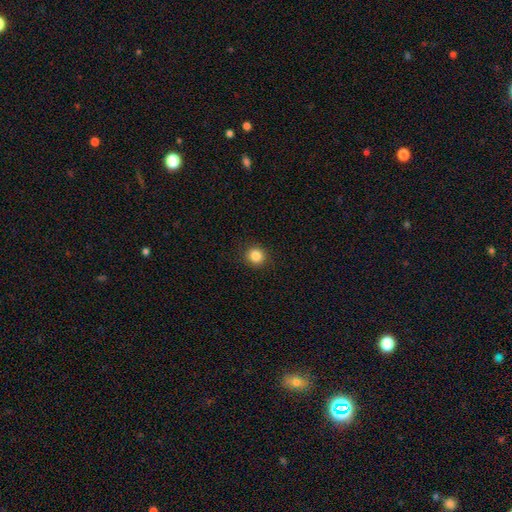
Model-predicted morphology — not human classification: Smooth or featured?
  - smooth: 86% *
  - star or artifact: 10%
  - featured or disk: 4%
How rounded?
  - round: 88% *
  - in between: 11%
  - cigar-shaped: 1%
Merging?
  - none: 91% *
  - minor disturbance: 6%
  - major disturbance: 2%
  - merger: 1%